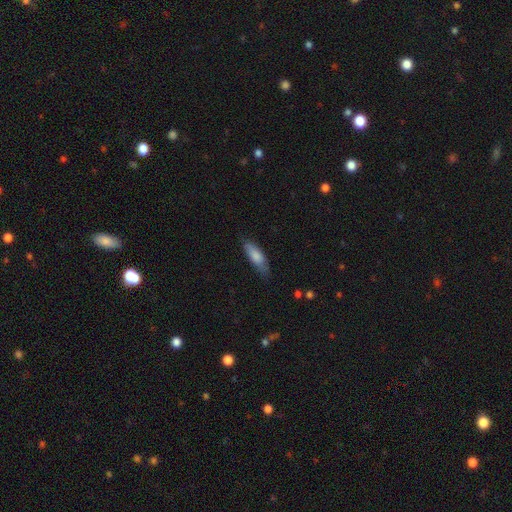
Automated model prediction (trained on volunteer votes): The model was most divided on "how rounded": in between: 55%, cigar-shaped: 43%, round: 2%. More confident: smooth or featured — smooth (80%); merging — none (70%).